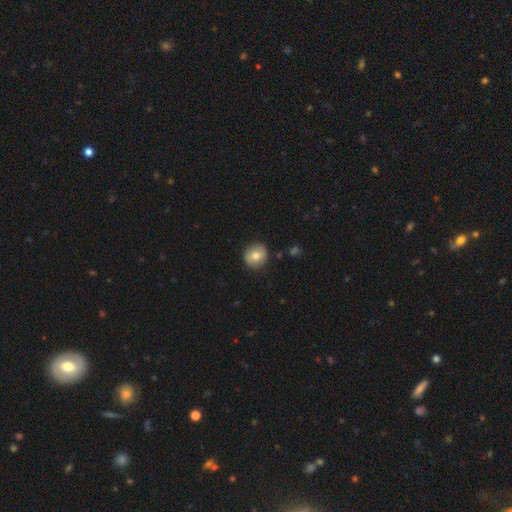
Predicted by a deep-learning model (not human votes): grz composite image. It shows a smooth galaxy with no disk features (76%) that is round (92%). Merging: none (89%).